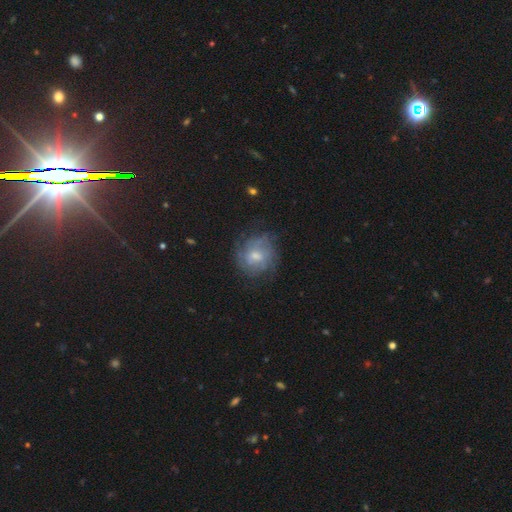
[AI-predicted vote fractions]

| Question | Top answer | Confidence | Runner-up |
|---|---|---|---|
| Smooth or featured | featured or disk | 61% | smooth (30%) |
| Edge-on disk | no | 97% | yes (3%) |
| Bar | no | 51% | weak (42%) |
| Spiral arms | yes | 76% | no (24%) |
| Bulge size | moderate | 49% | small (41%) |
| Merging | none | 67% | minor disturbance (20%) |